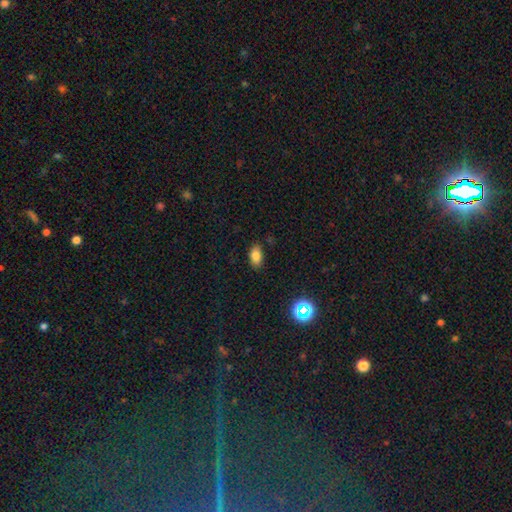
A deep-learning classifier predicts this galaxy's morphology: The model was most divided on "smooth or featured": smooth: 81%, star or artifact: 11%, featured or disk: 7%. More confident: how rounded — in between (90%); merging — none (85%).